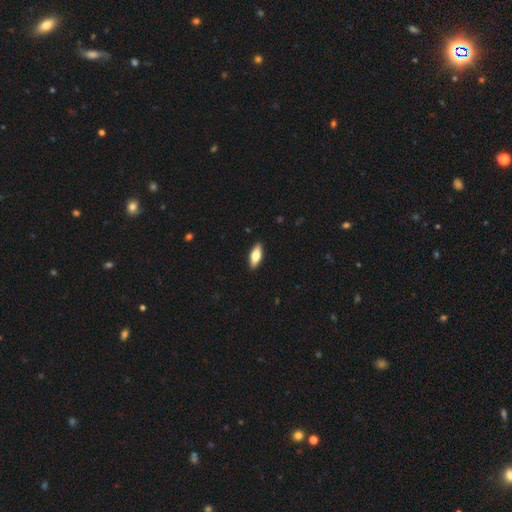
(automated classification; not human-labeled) smooth 68%, featured or disk 26%, star or artifact 6%. Down the decision tree: how rounded — in between (74%); merging — none (90%).